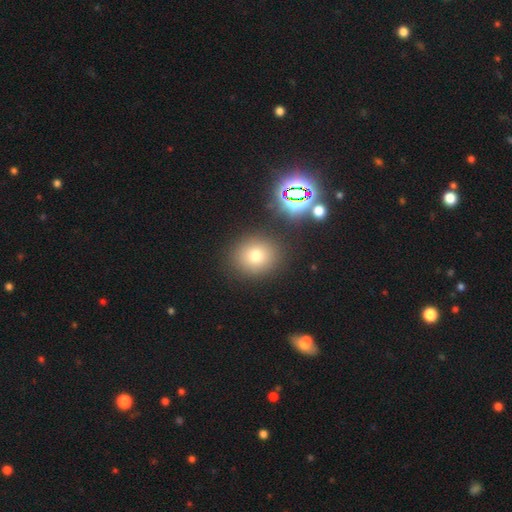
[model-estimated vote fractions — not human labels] This appears to be a smooth galaxy with no disk features (72%) that is round (77%). Merging: none (85%).